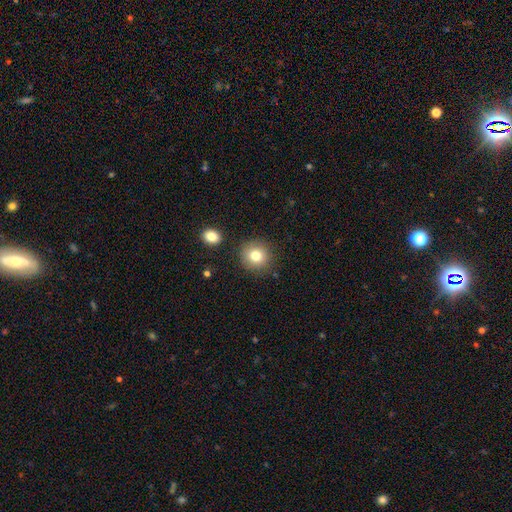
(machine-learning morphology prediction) Smooth or featured? Predicted: smooth (p=0.80). How rounded? Predicted: round (p=0.90). Merging? Predicted: none (p=0.85).